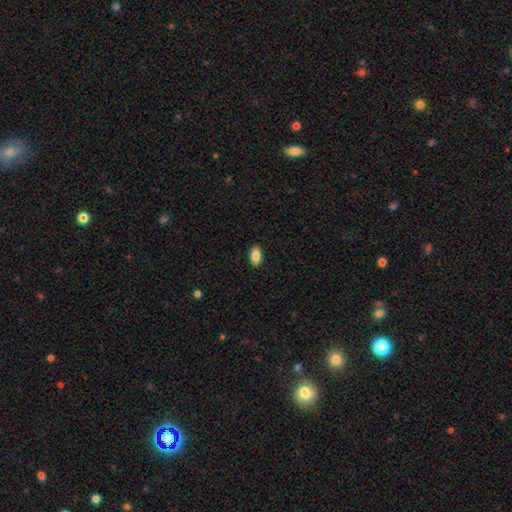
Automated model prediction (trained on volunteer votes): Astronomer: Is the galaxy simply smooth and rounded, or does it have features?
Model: smooth — 86%.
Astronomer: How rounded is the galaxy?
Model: in between — 92%.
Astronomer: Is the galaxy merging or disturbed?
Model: none — 90%.